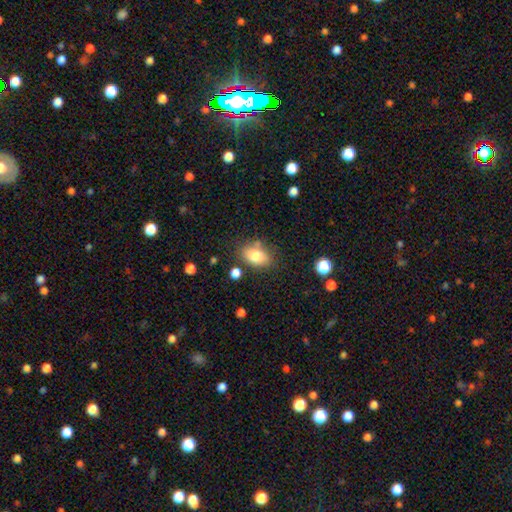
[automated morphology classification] Smooth or featured? Predicted: smooth (p=0.81). How rounded? Predicted: in between (p=0.85). Merging? Predicted: none (p=0.74).